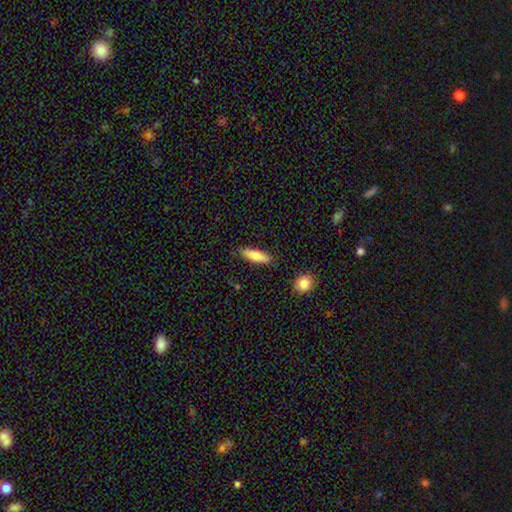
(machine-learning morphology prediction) This is likely a smooth galaxy (79%). How rounded: possibly cigar-shaped (54%). Merging: clearly none (85%).